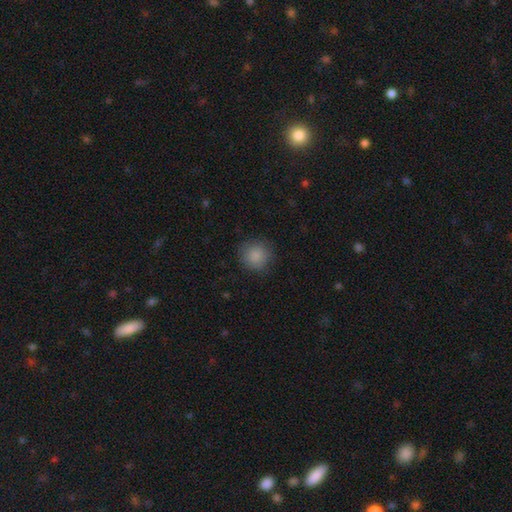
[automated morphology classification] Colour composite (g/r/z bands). It shows a smooth galaxy with no disk features (87%) that is round (93%). Merging: none (85%).